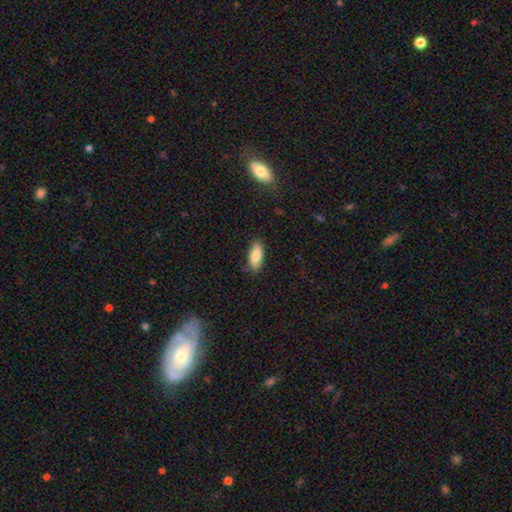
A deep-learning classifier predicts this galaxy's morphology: This is clearly a smooth galaxy (84%). How rounded: clearly in between (81%). Merging: clearly none (82%).